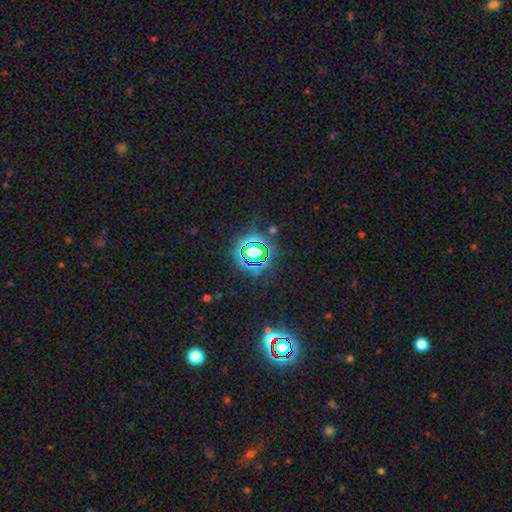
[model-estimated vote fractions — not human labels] smooth-or-featured: star or artifact: 75% | smooth: 15% | featured or disk: 10%